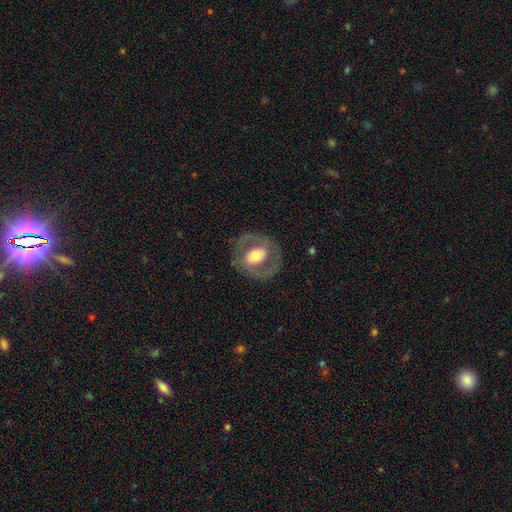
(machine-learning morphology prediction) A featured or disk galaxy (60%) with no bar (47%), no spiral arms (58%) and a moderate central bulge (55%).

Vote fractions:
- Smooth or featured? featured or disk: 60% / smooth: 34% / star or artifact: 6%
- Edge-on disk? no: 95% / yes: 5%
- Bar? no: 47% / weak: 32% / strong: 21%
- Spiral arms? no: 58% / yes: 42%
- Bulge size? moderate: 55% / large: 32% / small: 9% / dominant: 3% / none: 1%
- Merging? none: 78% / minor disturbance: 12% / major disturbance: 9% / merger: 1%